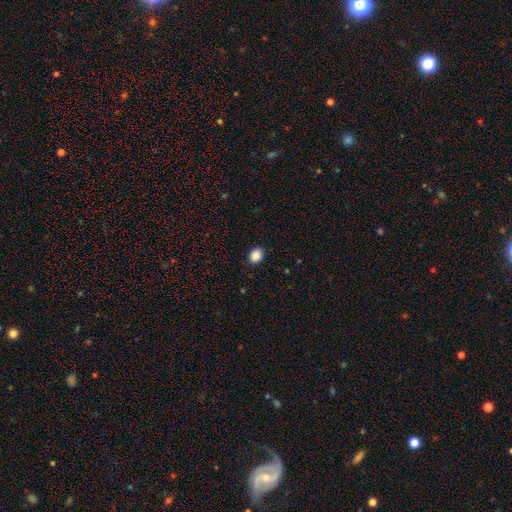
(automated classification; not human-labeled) Smooth or featured? Predicted: smooth (p=0.89). How rounded? Predicted: in between (p=0.50). Merging? Predicted: none (p=0.90).